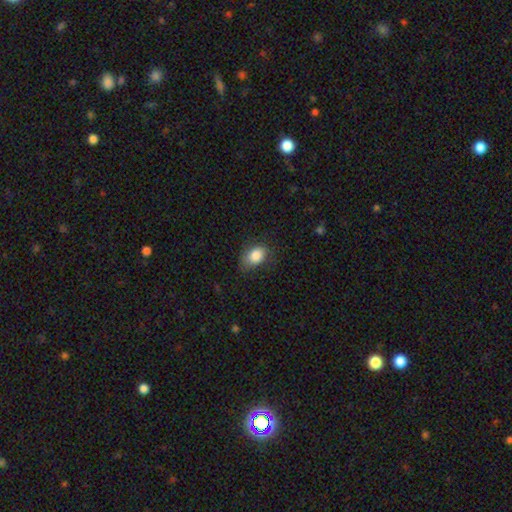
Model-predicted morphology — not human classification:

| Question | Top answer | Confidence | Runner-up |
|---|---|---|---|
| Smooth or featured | smooth | 84% | star or artifact (8%) |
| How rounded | in between | 77% | round (21%) |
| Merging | none | 66% | minor disturbance (25%) |